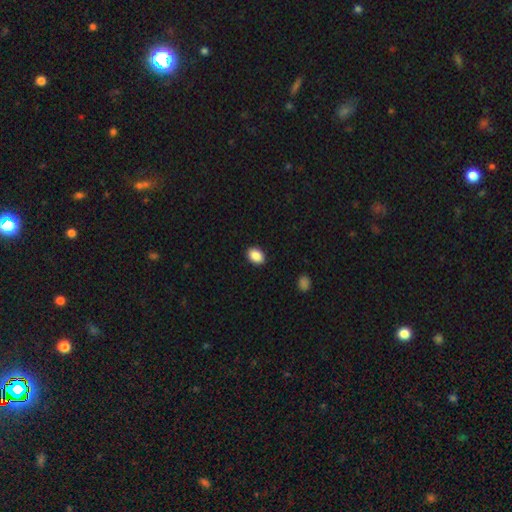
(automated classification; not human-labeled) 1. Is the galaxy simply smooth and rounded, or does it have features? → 89% smooth, 8% star or artifact, 3% featured or disk.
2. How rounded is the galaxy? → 72% in between, 27% round, 1% cigar-shaped.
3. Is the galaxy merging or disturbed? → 90% none, 7% minor disturbance, 2% major disturbance, 1% merger.